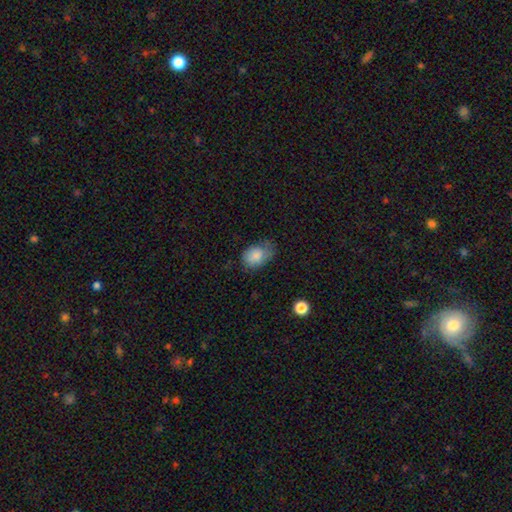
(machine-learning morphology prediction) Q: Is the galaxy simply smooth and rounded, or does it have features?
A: smooth — 82%.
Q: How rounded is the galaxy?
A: in between — 76%.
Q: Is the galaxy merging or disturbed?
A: none — 49%.